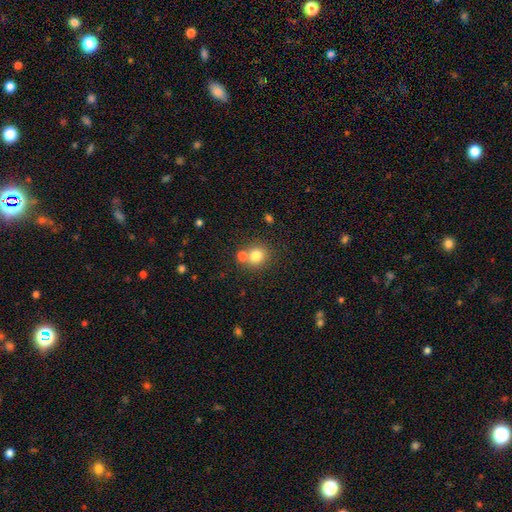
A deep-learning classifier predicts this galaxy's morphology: Smooth or featured: smooth — 79% (star or artifact — 12%)
How rounded: round — 85% (in between — 14%)
Merging: none — 61% (merger — 28%)